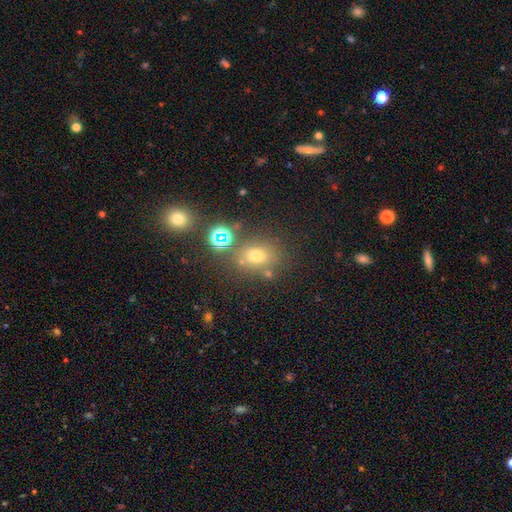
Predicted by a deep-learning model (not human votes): Q: Smooth or featured?
A: smooth (63%); runner-up: star or artifact (25%)
Q: How rounded?
A: round (52%); runner-up: in between (46%)
Q: Merging?
A: none (68%); runner-up: merger (14%)